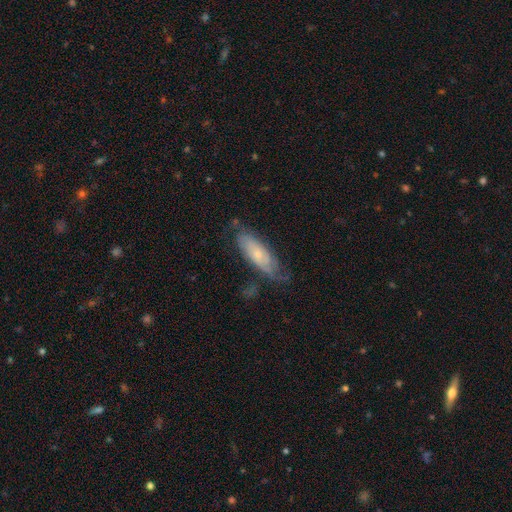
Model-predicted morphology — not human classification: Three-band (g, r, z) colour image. It shows a featured or disk galaxy (46%). Merging: none (73%).